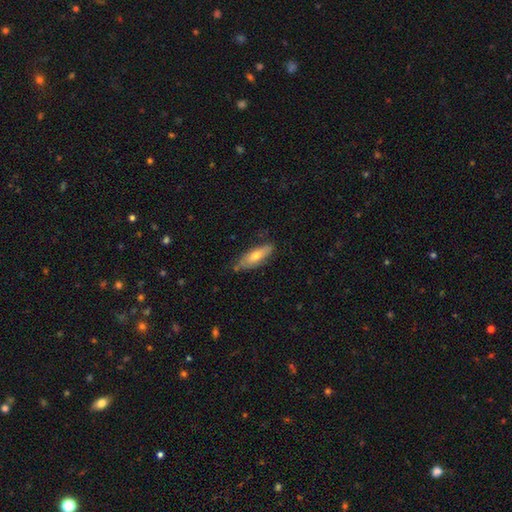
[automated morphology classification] Smooth or featured? smooth (54%)
How rounded? cigar-shaped (50%)
Merging? none (73%)